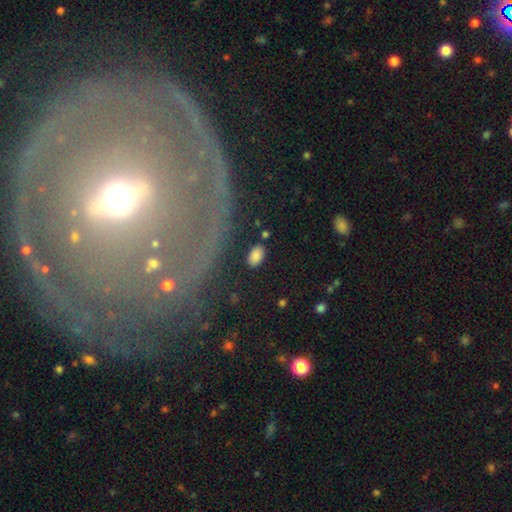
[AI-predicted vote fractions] This is clearly a smooth galaxy (85%). How rounded: clearly in between (91%). Merging: clearly none (84%).